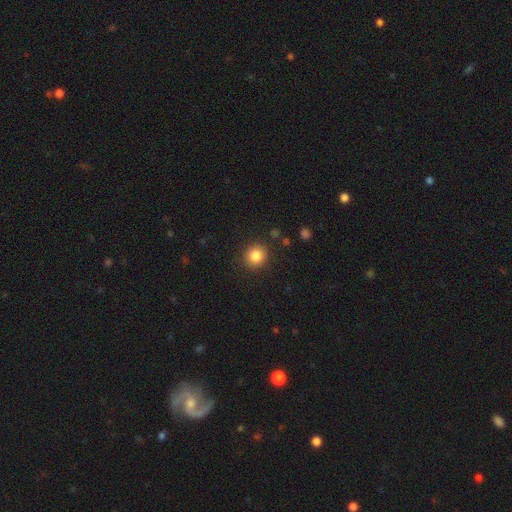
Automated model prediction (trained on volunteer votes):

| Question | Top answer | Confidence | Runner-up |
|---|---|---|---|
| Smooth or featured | smooth | 84% | star or artifact (10%) |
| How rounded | round | 90% | in between (9%) |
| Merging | none | 89% | minor disturbance (7%) |